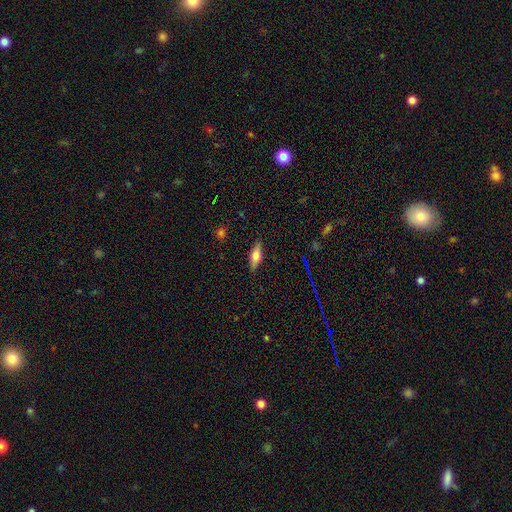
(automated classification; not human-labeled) A smooth galaxy with no disk features (70%) that is in between round and cigar-shaped (73%).

Vote fractions:
- Smooth or featured? smooth: 70% / featured or disk: 23% / star or artifact: 8%
- How rounded? in between: 73% / cigar-shaped: 24% / round: 3%
- Merging? none: 86% / minor disturbance: 11% / major disturbance: 2% / merger: 1%